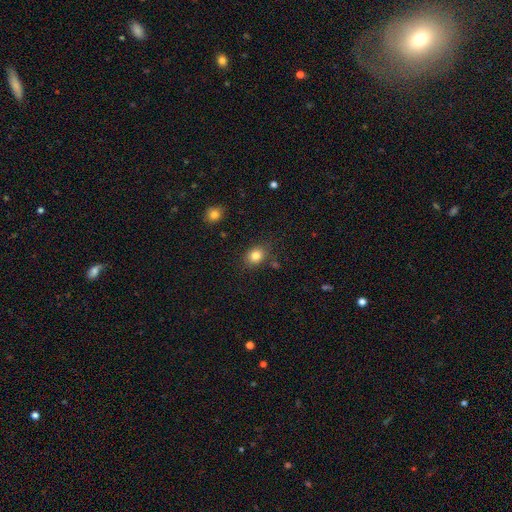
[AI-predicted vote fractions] Smooth or featured: smooth — 83% (star or artifact — 11%)
How rounded: round — 50% (in between — 49%)
Merging: none — 80% (minor disturbance — 13%)